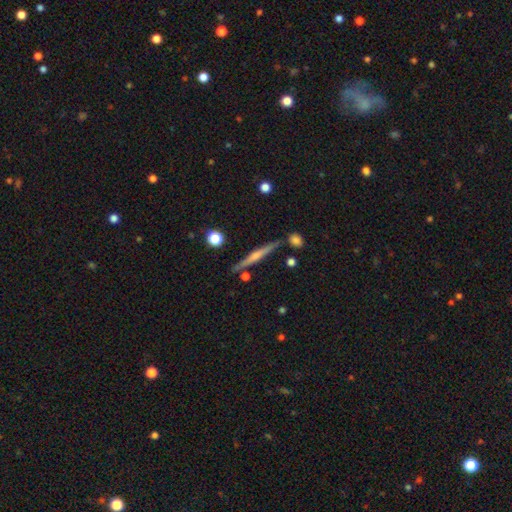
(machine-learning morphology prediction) Smooth or featured: featured or disk — 71% (smooth — 19%)
Edge-on disk: yes — 96% (no — 4%)
Edge-on bulge: rounded — 73% (none — 18%)
Merging: none — 83% (minor disturbance — 9%)